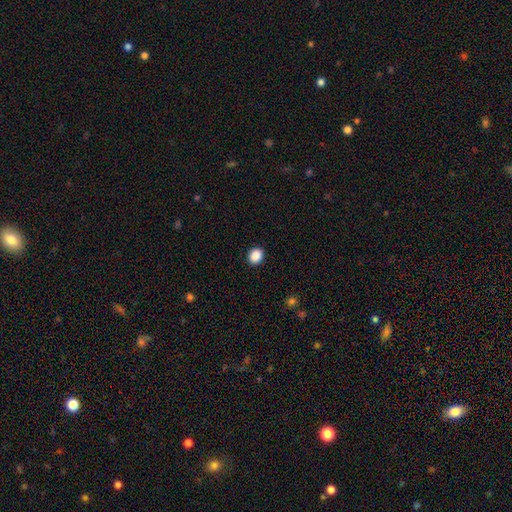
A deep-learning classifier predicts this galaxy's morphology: This is clearly a smooth galaxy (89%). How rounded: likely round (60%). Merging: clearly none (91%).